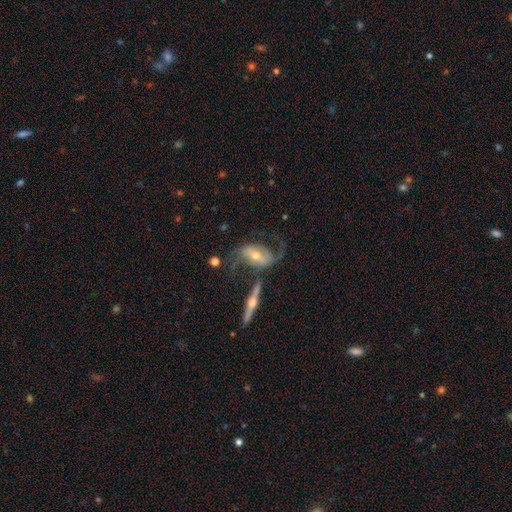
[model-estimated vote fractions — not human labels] Smooth or featured?
  - featured or disk: 81% *
  - smooth: 13%
  - star or artifact: 6%
Edge-on disk?
  - no: 89% *
  - yes: 11%
Bar?
  - strong: 36% *
  - weak: 33%
  - no: 32%
Spiral arms?
  - yes: 90% *
  - no: 10%
Spiral winding?
  - loose: 54% *
  - medium: 34%
  - tight: 12%
Spiral arm count?
  - 2: 79% *
  - 1: 12%
  - can't tell: 7%
  - 3: 1%
  - 4: 1%
  - more than 4: 1%
Bulge size?
  - moderate: 56% *
  - small: 38%
  - large: 4%
  - none: 1%
  - dominant: 1%
Merging?
  - none: 45% *
  - major disturbance: 24%
  - minor disturbance: 16%
  - merger: 14%